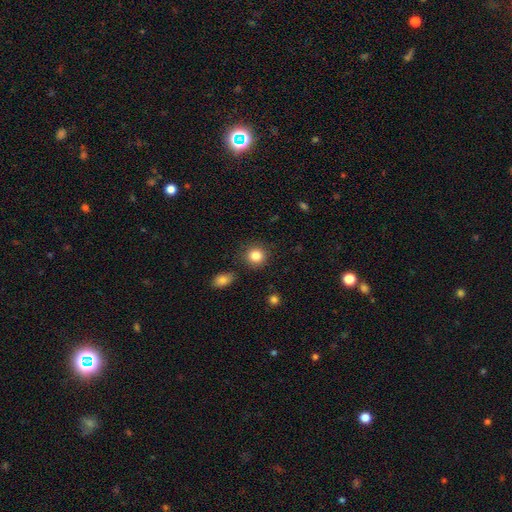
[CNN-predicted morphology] Overall: smooth (85%). How rounded: round (89%). Merging: none (87%).